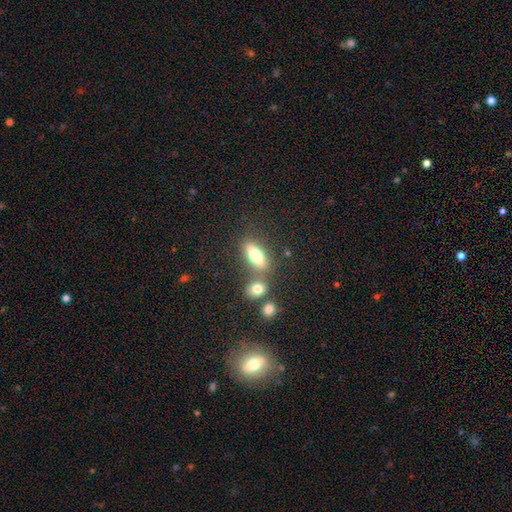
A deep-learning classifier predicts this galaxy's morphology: Smooth or featured: smooth — 68% (featured or disk — 23%)
How rounded: in between — 72% (cigar-shaped — 22%)
Merging: none — 61% (merger — 23%)